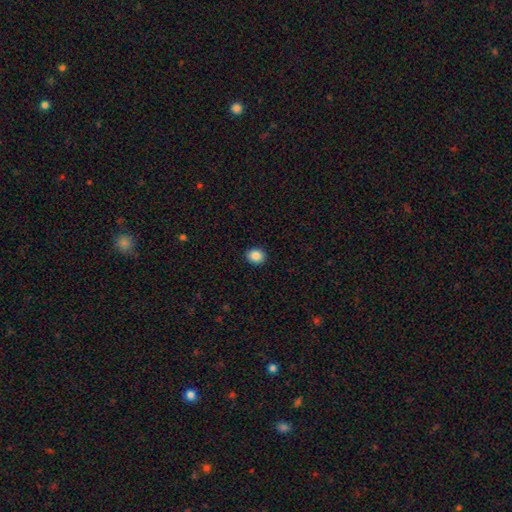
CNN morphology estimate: Overall: smooth (88%). How rounded: round (72%). Merging: none (92%).